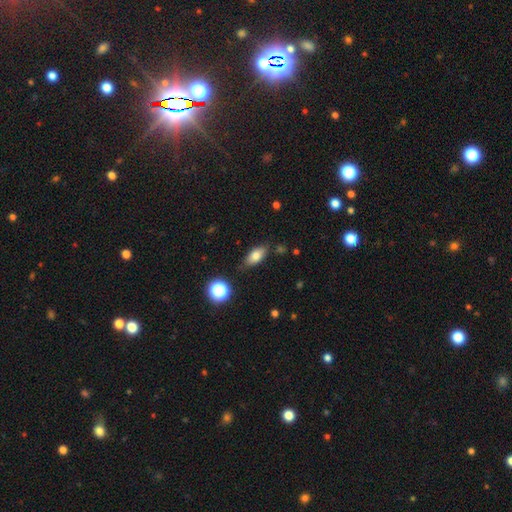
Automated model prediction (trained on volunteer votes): smooth 79%, featured or disk 12%, star or artifact 10%. Down the decision tree: how rounded — in between (85%); merging — none (81%).